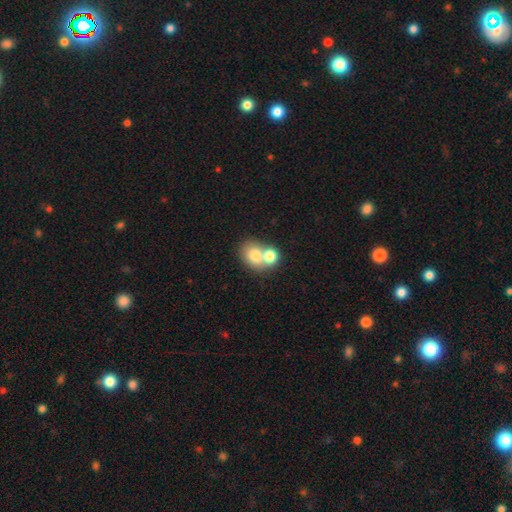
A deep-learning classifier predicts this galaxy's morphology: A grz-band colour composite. It shows a smooth galaxy with no disk features (74%) that is round (53%). Merging: merger (56%).